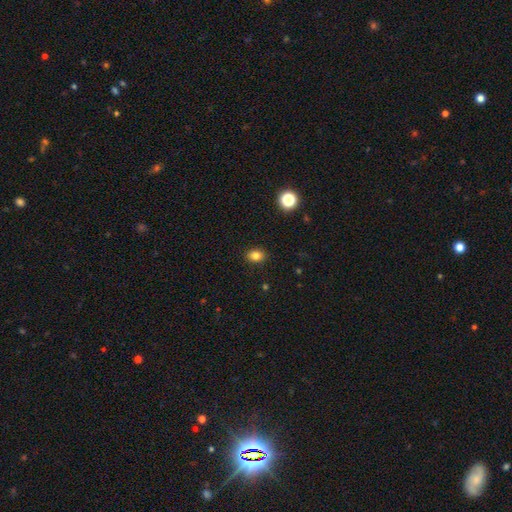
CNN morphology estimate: Overall: smooth (82%). How rounded: in between (54%; round 45%). Merging: none (90%).